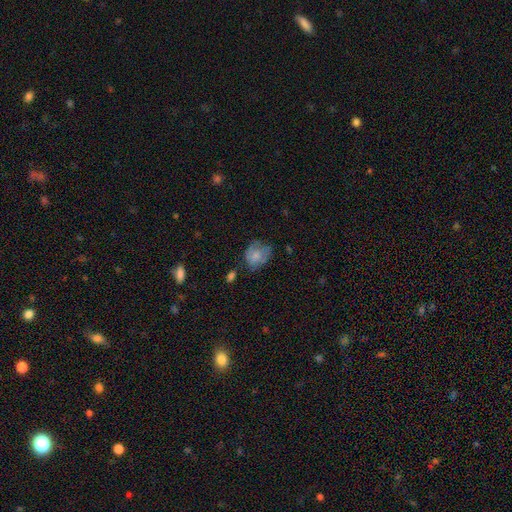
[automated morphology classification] The model was most divided on "merging": none: 50%, minor disturbance: 32%, major disturbance: 14%, merger: 3%. More confident: smooth or featured — smooth (67%); how rounded — round (60%).